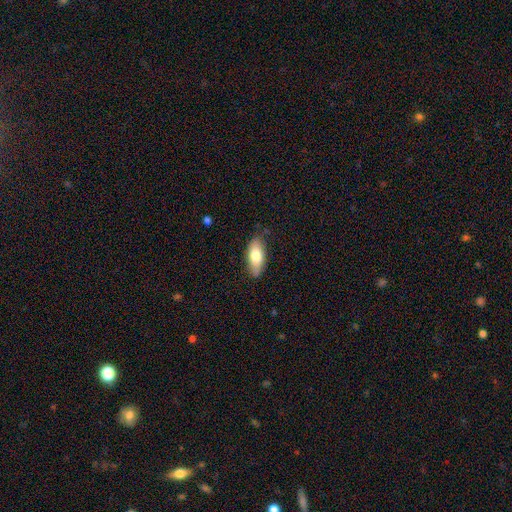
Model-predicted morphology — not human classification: This appears to be a smooth galaxy with no disk features (75%) that is in between round and cigar-shaped (82%). Merging: none (79%).